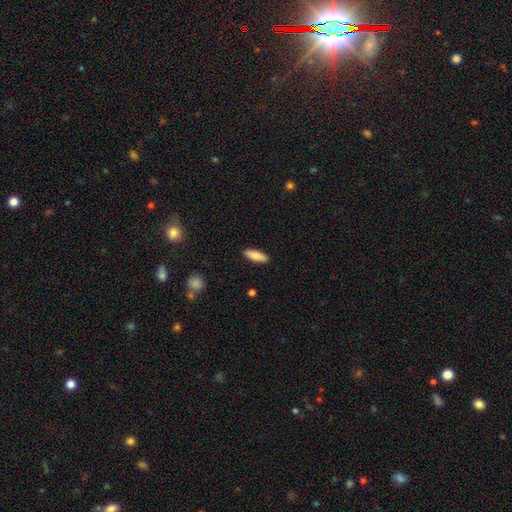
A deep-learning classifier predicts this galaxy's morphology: smooth-or-featured: smooth: 76% | featured or disk: 18% | star or artifact: 6%
  how-rounded: in between: 57% | cigar-shaped: 41% | round: 2%
  merging: none: 89% | minor disturbance: 8% | major disturbance: 2% | merger: 1%